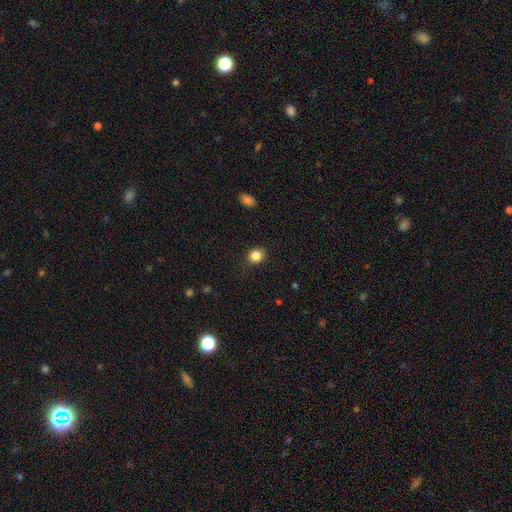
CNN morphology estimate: Smooth or featured: smooth — 85% (star or artifact — 11%)
How rounded: round — 80% (in between — 19%)
Merging: none — 87% (minor disturbance — 9%)